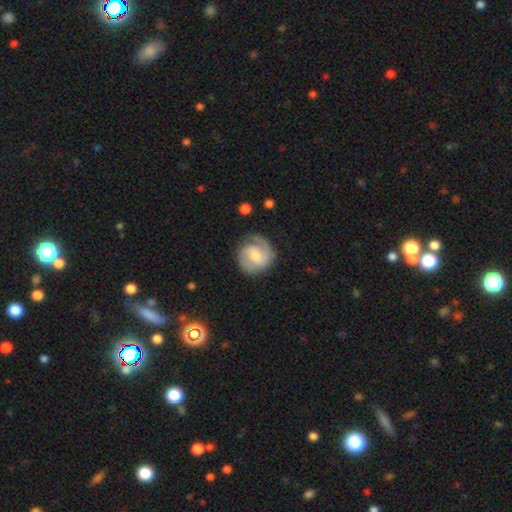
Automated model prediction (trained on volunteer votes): Morphology: type=featured or disk (71%); edge-on=no (98%); bar=weak (51%); spiral arms=yes (93%); winding=medium (44%); arm count=2 (72%); bulge=moderate (47%); merging=none (74%).